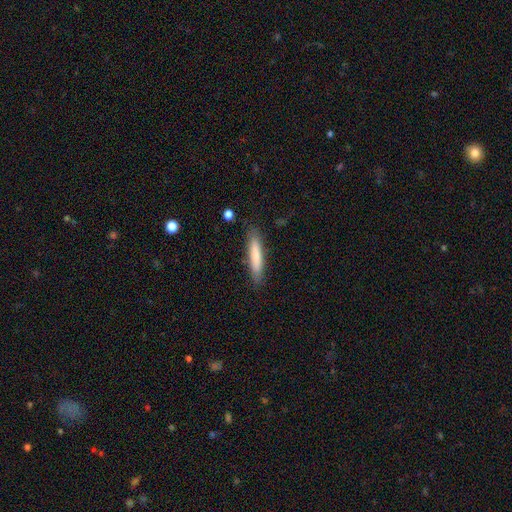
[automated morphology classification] smooth-or-featured: smooth: 76% | featured or disk: 18% | star or artifact: 6%
  how-rounded: cigar-shaped: 88% | in between: 11% | round: 1%
  merging: none: 85% | minor disturbance: 12% | major disturbance: 2% | merger: 2%